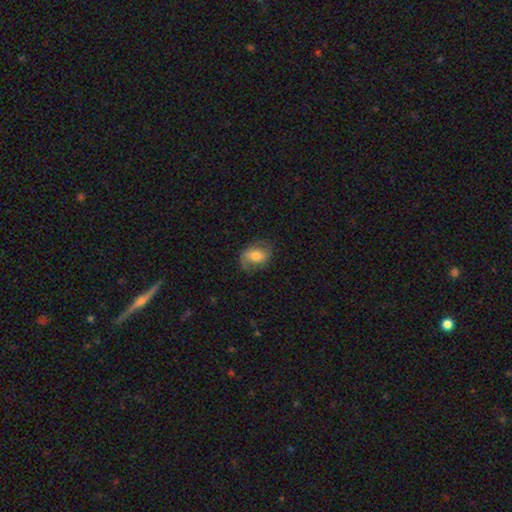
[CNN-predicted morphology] Smooth or featured? Predicted: smooth (p=0.59). How rounded? Predicted: in between (p=0.69). Merging? Predicted: none (p=0.67).